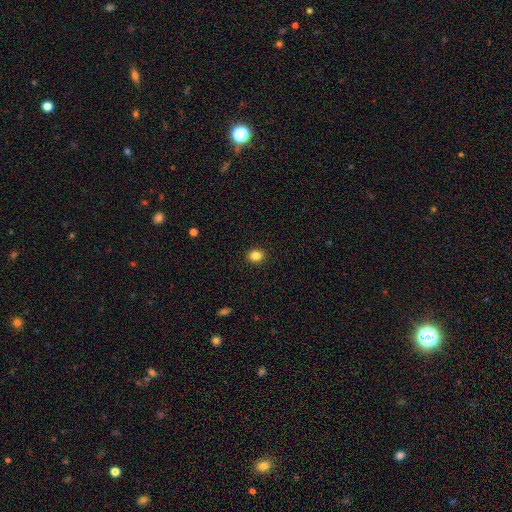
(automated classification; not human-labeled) Morphology: type=smooth (85%); roundness=round (67%); merging=none (92%).